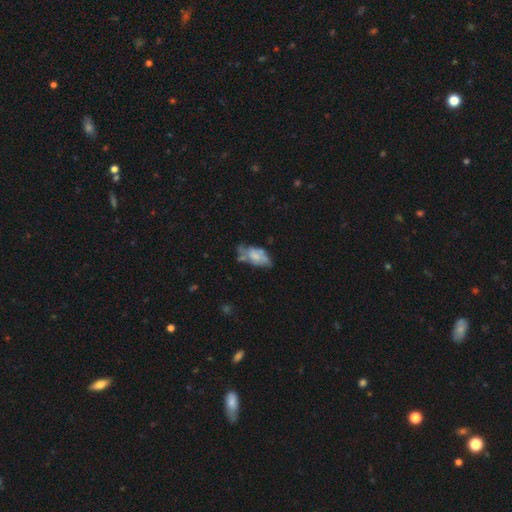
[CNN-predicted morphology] A smooth galaxy with no disk features (53%) that is in between round and cigar-shaped (90%).

Vote fractions:
- Smooth or featured? smooth: 53% / featured or disk: 39% / star or artifact: 8%
- How rounded? in between: 90% / cigar-shaped: 7% / round: 3%
- Merging? none: 38% / minor disturbance: 34% / major disturbance: 18% / merger: 10%